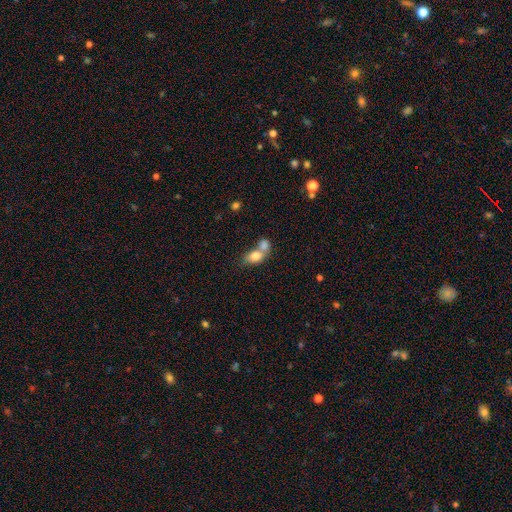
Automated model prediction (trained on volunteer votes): smooth_or_featured: smooth (p=0.77) [alt: featured or disk p=0.14]
how_rounded: in between (p=0.72) [alt: round p=0.25]
merging: merger (p=0.67) [alt: none p=0.21]